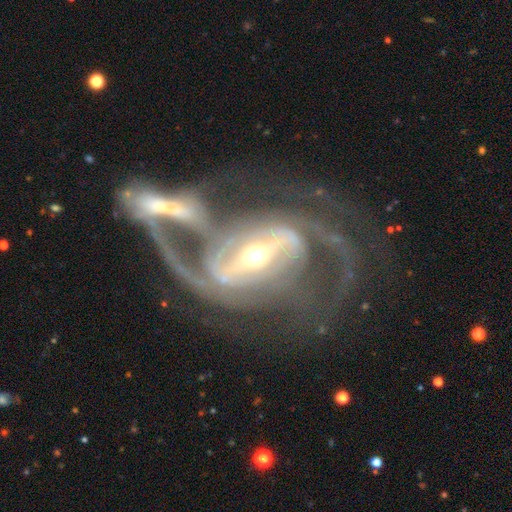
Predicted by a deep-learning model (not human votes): Smooth or featured: featured or disk — 90% (star or artifact — 5%)
Edge-on disk: no — 95% (yes — 5%)
Bar: strong — 66% (weak — 24%)
Spiral arms: yes — 93% (no — 7%)
Spiral winding: medium — 46% (tight — 30%)
Spiral arm count: 2 — 68% (can't tell — 13%)
Bulge size: moderate — 57% (small — 35%)
Merging: merger — 54% (major disturbance — 20%)